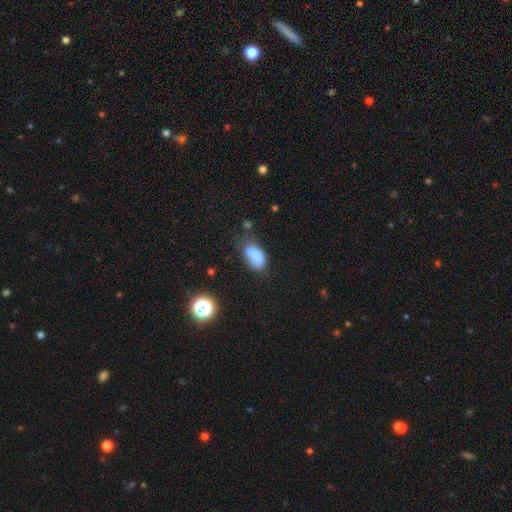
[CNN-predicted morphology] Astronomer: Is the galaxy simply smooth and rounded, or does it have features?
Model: smooth — 79%.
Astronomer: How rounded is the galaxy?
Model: in between — 91%.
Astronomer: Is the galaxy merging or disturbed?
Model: none — 45% (runner-up: minor disturbance, 33%).